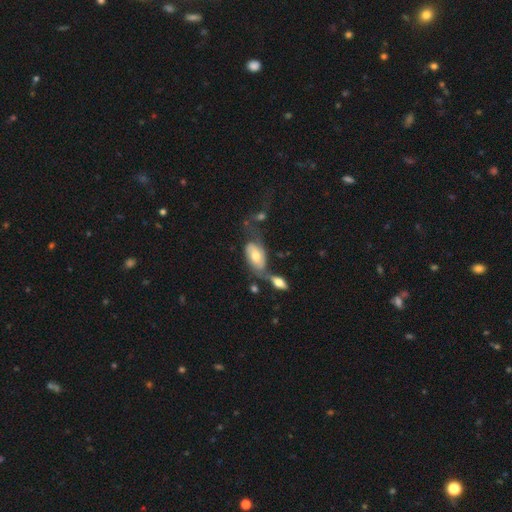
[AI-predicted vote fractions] Overall: featured or disk (54%; smooth 39%). Edge-on disk: no (90%). Merging: merger (35%; none 26%).